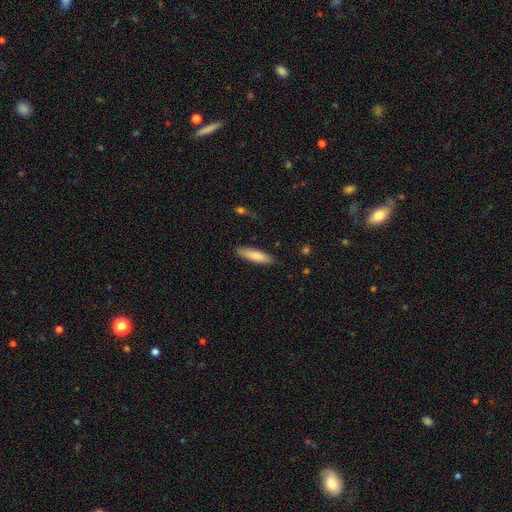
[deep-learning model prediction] Smooth or featured?
  - smooth: 81% *
  - featured or disk: 13%
  - star or artifact: 6%
How rounded?
  - cigar-shaped: 72% *
  - in between: 27%
  - round: 1%
Merging?
  - none: 86% *
  - minor disturbance: 10%
  - major disturbance: 2%
  - merger: 1%